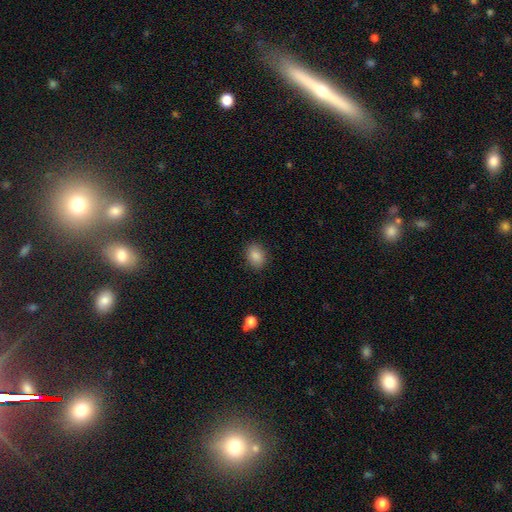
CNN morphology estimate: smooth_or_featured: smooth (p=0.87) [alt: star or artifact p=0.09]
how_rounded: in between (p=0.62) [alt: round p=0.37]
merging: none (p=0.88) [alt: minor disturbance p=0.08]